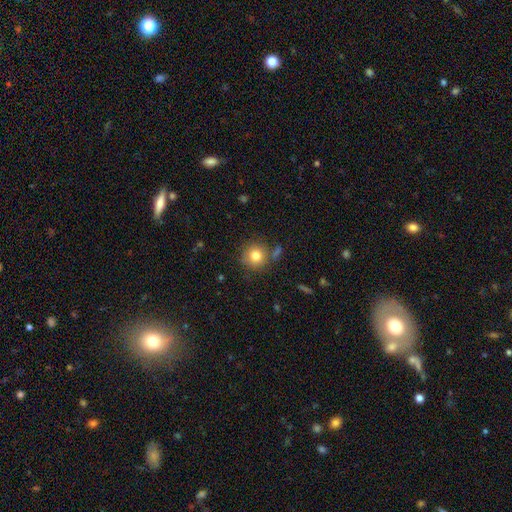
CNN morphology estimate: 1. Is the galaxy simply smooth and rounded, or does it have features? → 80% smooth, 11% star or artifact, 10% featured or disk.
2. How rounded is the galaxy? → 92% round, 7% in between, 1% cigar-shaped.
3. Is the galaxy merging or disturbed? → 78% none, 12% minor disturbance, 6% merger, 4% major disturbance.